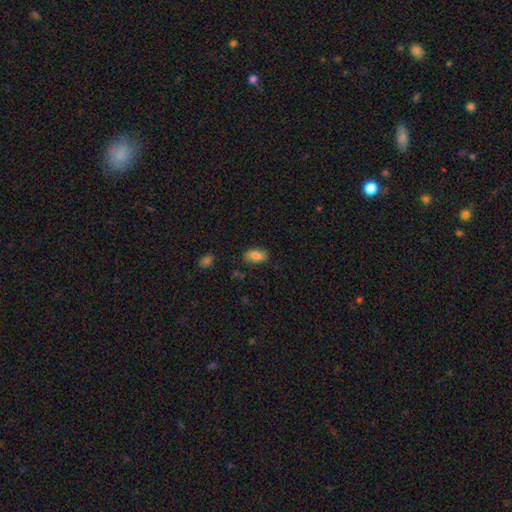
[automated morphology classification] Overall: smooth (85%). How rounded: in between (90%). Merging: none (81%).